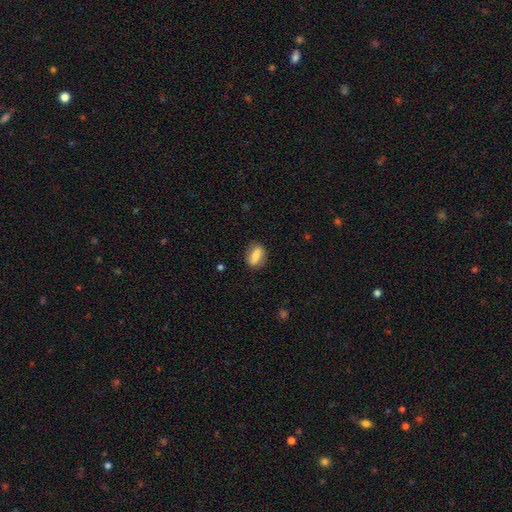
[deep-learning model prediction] This appears to be a smooth galaxy with no disk features (74%) that is in between round and cigar-shaped (74%). Merging: none (83%).